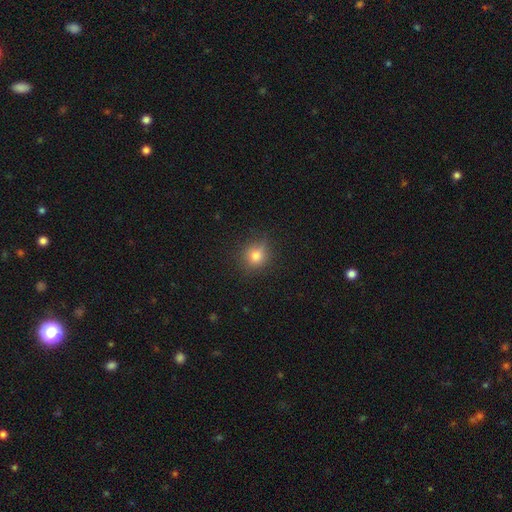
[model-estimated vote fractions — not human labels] This is likely a smooth galaxy (74%). How rounded: clearly round (82%). Merging: likely none (79%).